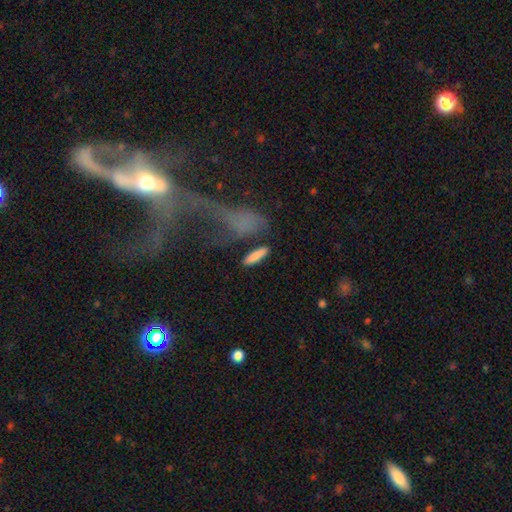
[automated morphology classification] Smooth or featured: smooth — 84% (featured or disk — 10%)
How rounded: cigar-shaped — 69% (in between — 29%)
Merging: none — 74% (minor disturbance — 13%)